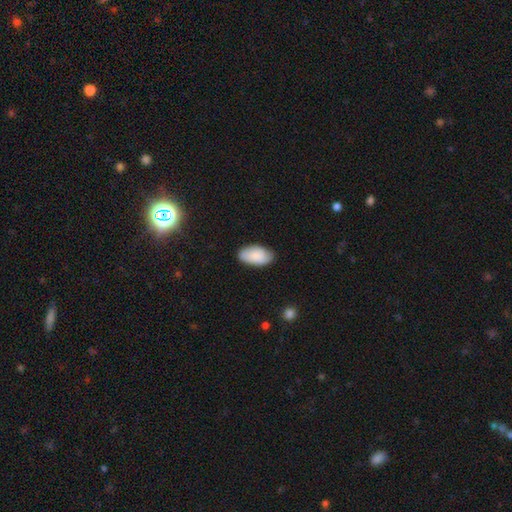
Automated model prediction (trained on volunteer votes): smooth 78%, featured or disk 15%, star or artifact 6%. Down the decision tree: how rounded — in between (95%); merging — none (79%).